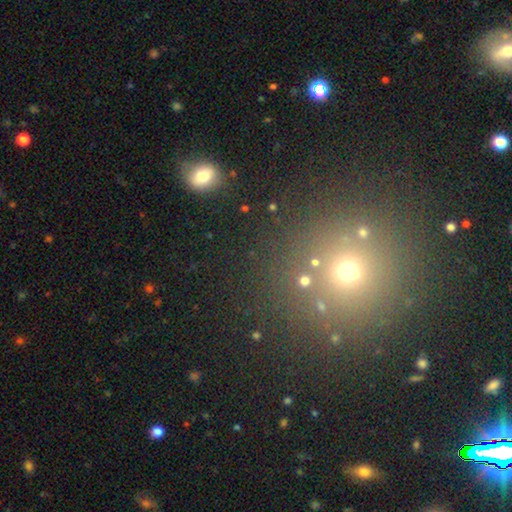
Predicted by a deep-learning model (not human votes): A smooth galaxy with no disk features (48%).

Vote fractions:
- Smooth or featured? smooth: 48% / star or artifact: 43% / featured or disk: 9%
- Merging? none: 84% / minor disturbance: 7% / merger: 6% / major disturbance: 3%